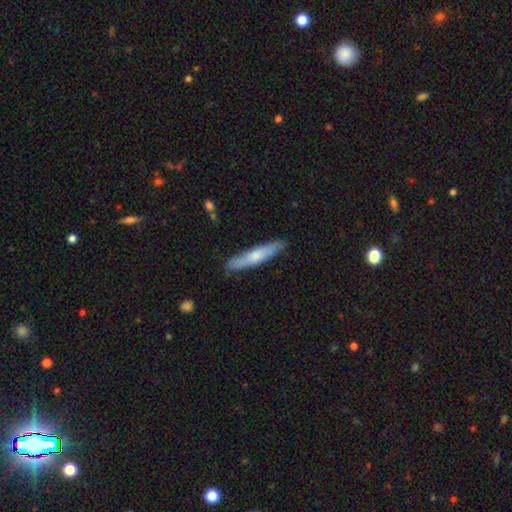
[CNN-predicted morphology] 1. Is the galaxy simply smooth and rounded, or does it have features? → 61% smooth, 34% featured or disk, 5% star or artifact.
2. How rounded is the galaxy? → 90% cigar-shaped, 9% in between, 1% round.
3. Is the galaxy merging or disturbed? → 86% none, 11% minor disturbance, 2% major disturbance, 1% merger.